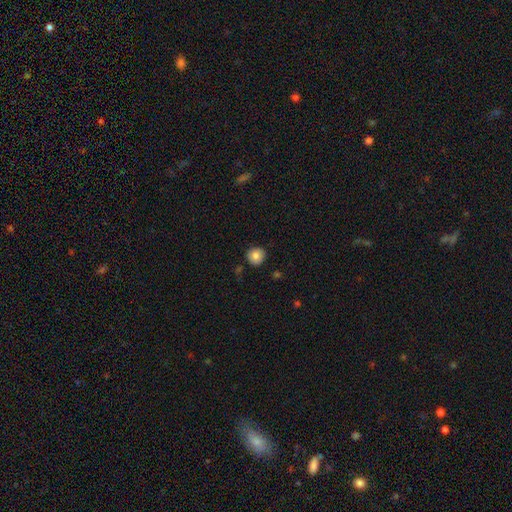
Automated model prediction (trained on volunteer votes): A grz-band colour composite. It shows a smooth galaxy with no disk features (82%) that is round (91%). Merging: none (87%).